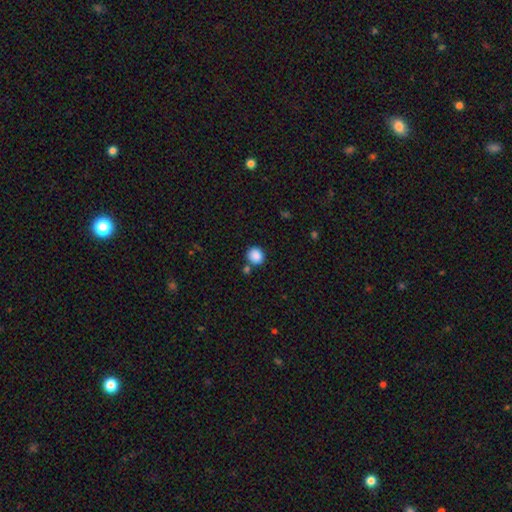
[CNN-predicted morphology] The model was most divided on "merging": none: 76%, merger: 11%, minor disturbance: 10%, major disturbance: 3%. More confident: smooth or featured — smooth (88%); how rounded — round (84%).